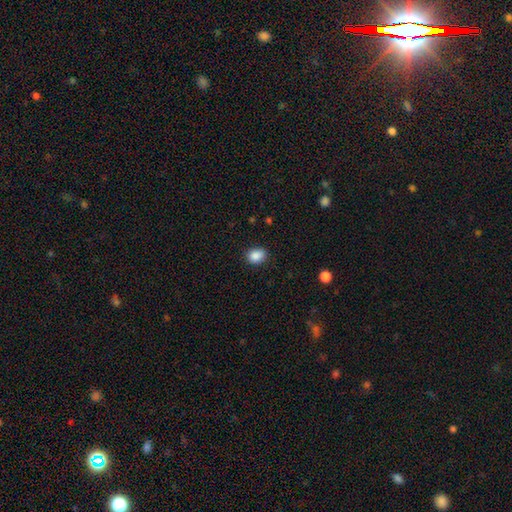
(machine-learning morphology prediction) smooth-or-featured: smooth: 88% | star or artifact: 9% | featured or disk: 3%
  how-rounded: in between: 58% | round: 41% | cigar-shaped: 1%
  merging: none: 85% | minor disturbance: 11% | major disturbance: 3% | merger: 1%